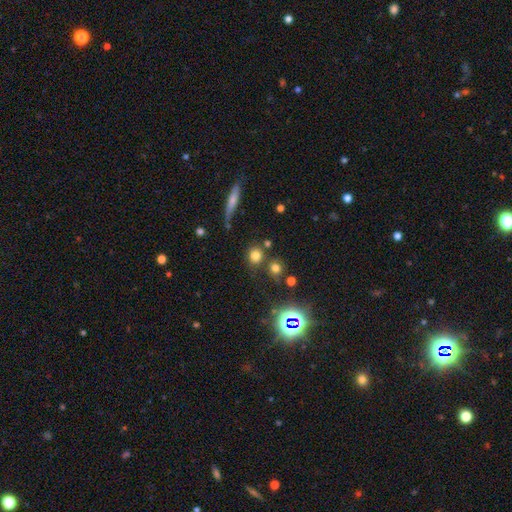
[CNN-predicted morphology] smooth 73%, star or artifact 18%, featured or disk 9%. Down the decision tree: how rounded — round (84%); merging — none (75%).